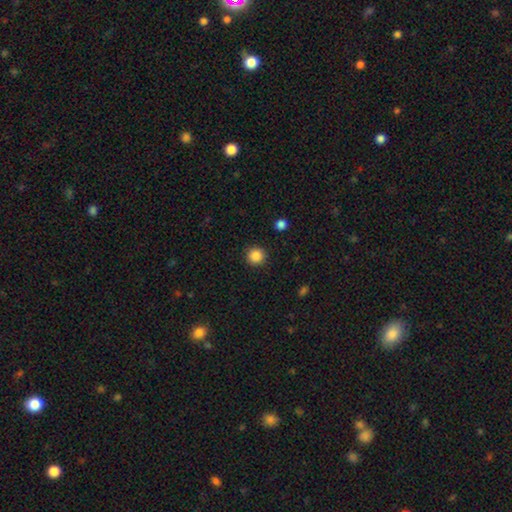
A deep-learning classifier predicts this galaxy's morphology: smooth-or-featured: smooth: 87% | star or artifact: 10% | featured or disk: 3%
  how-rounded: round: 94% | in between: 5% | cigar-shaped: 1%
  merging: none: 92% | minor disturbance: 5% | major disturbance: 2% | merger: 1%